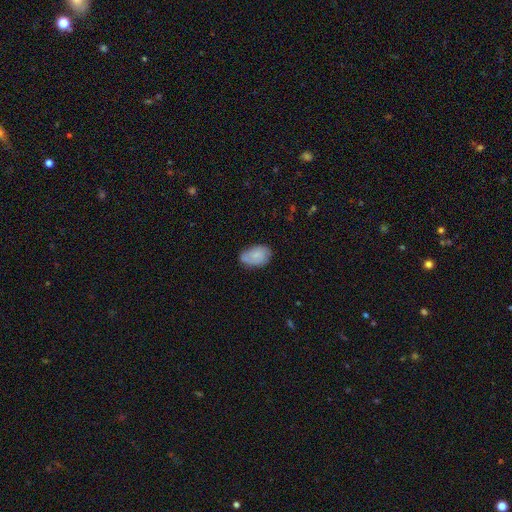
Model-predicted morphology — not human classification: The model was most divided on "smooth or featured": smooth: 61%, featured or disk: 32%, star or artifact: 7%. More confident: how rounded — in between (89%); merging — none (65%).